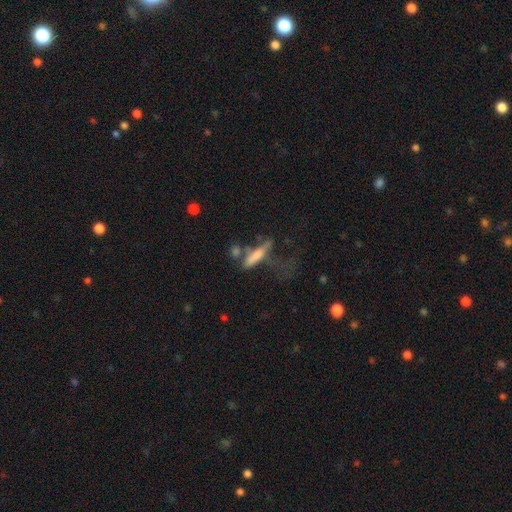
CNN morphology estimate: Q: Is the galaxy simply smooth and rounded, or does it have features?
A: smooth — 58%.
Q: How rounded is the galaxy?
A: cigar-shaped — 71%.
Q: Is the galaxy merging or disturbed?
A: major disturbance — 32%.